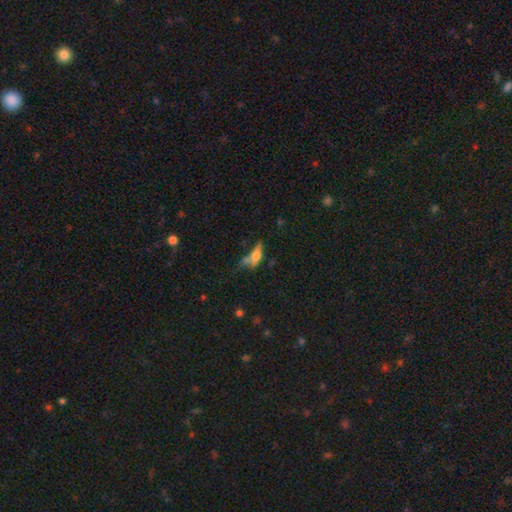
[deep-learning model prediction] Overall: smooth (50%; featured or disk 39%). How rounded: in between (52%; cigar-shaped 44%). Merging: none (39%; merger 22%).